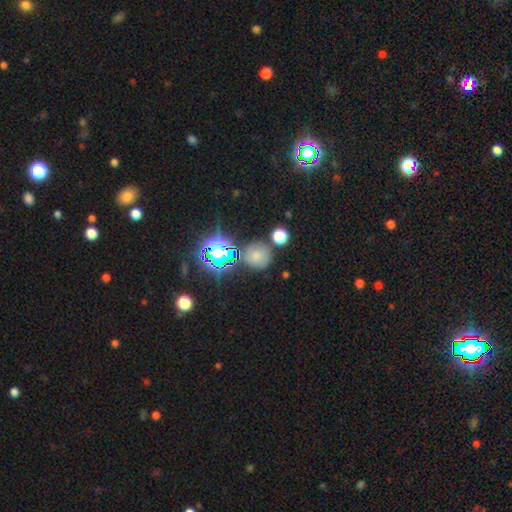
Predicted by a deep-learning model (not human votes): Smooth or featured: smooth — 60% (star or artifact — 28%)
How rounded: round — 85% (in between — 14%)
Merging: none — 72% (minor disturbance — 14%)